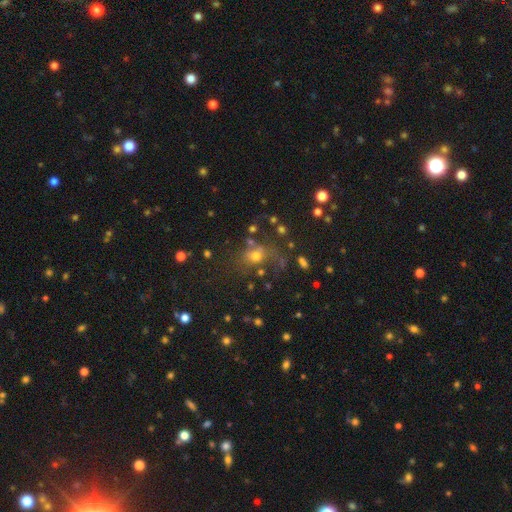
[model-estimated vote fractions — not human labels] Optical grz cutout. It shows a smooth galaxy with no disk features (57%) that is round (59%). Merging: none (53%).